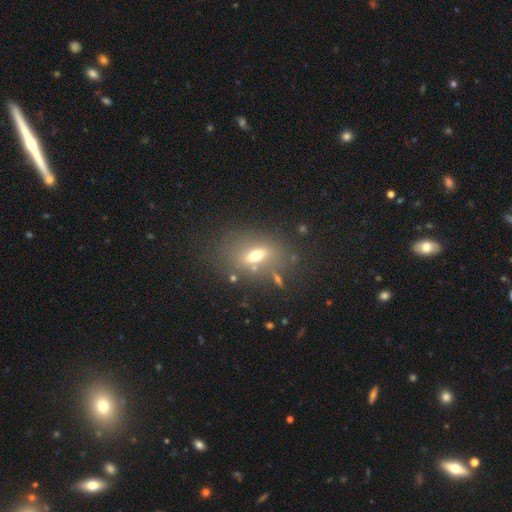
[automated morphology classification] Q: Smooth or featured?
A: smooth (53%); runner-up: featured or disk (30%)
Q: How rounded?
A: in between (70%); runner-up: round (20%)
Q: Merging?
A: none (70%); runner-up: minor disturbance (14%)